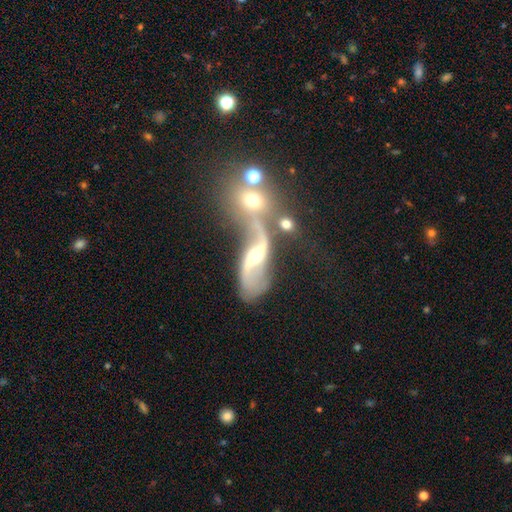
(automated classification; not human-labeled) The model was most divided on "bar": no: 40%, weak: 39%, strong: 21%. More confident: edge-on disk — no (92%); spiral arms — yes (82%); spiral winding — loose (82%); spiral arm count — 2 (79%); smooth or featured — featured or disk (76%); merging — merger (59%); bulge size — moderate (52%).